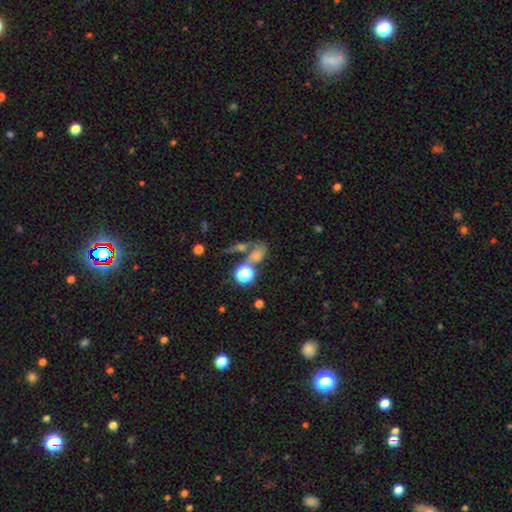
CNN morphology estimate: This is possibly a smooth galaxy (46%). Merging: marginally none (40%).